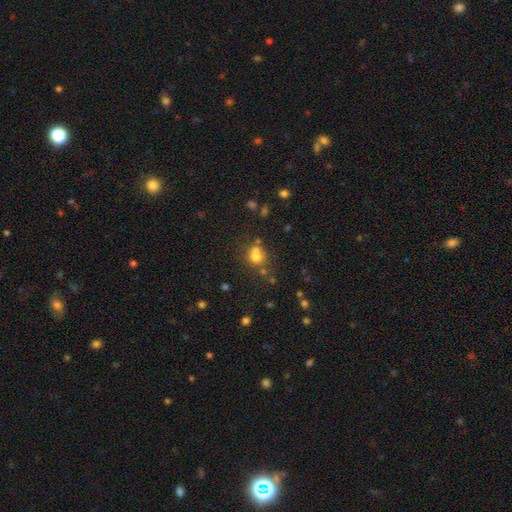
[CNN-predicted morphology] type=smooth (70%); roundness=round (75%); merging=none (47%).